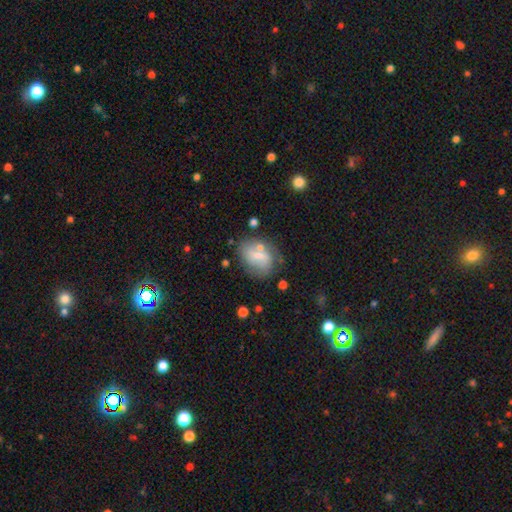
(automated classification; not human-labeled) smooth_or_featured: smooth (p=0.50) [alt: featured or disk p=0.37]
how_rounded: in between (p=0.69) [alt: round p=0.28]
merging: none (p=0.59) [alt: minor disturbance p=0.22]